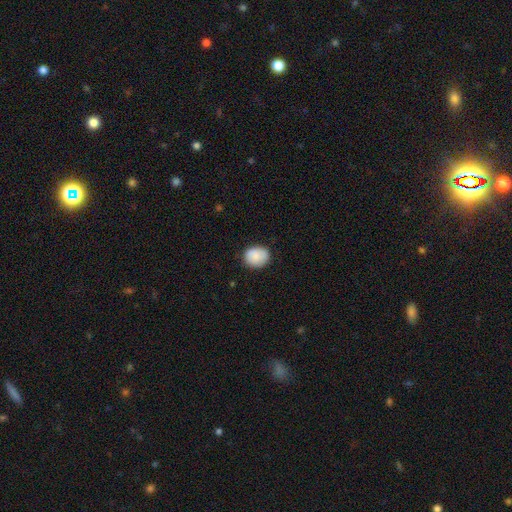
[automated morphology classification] Smooth or featured?
  - smooth: 87% *
  - star or artifact: 7%
  - featured or disk: 6%
How rounded?
  - round: 66% *
  - in between: 33%
  - cigar-shaped: 1%
Merging?
  - none: 82% *
  - minor disturbance: 14%
  - major disturbance: 3%
  - merger: 1%